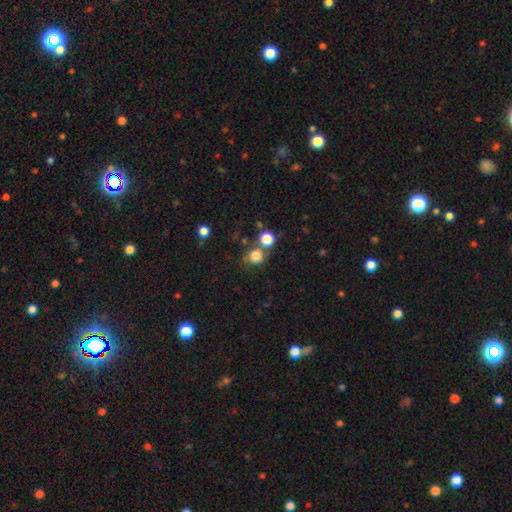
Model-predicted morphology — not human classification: The model was most divided on "merging": none: 64%, merger: 21%, minor disturbance: 10%, major disturbance: 5%. More confident: how rounded — round (90%); smooth or featured — smooth (80%).